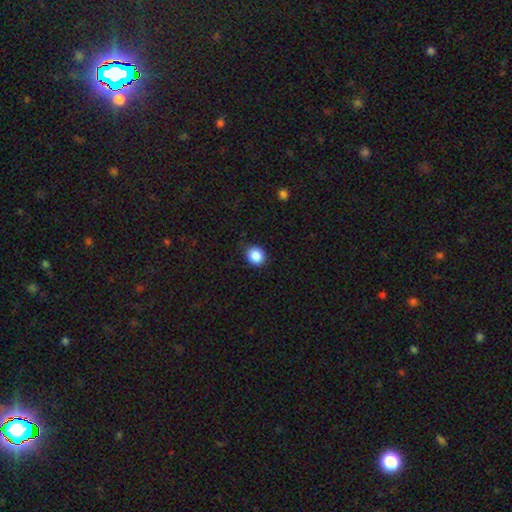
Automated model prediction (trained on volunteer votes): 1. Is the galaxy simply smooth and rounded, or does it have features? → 88% smooth, 9% star or artifact, 3% featured or disk.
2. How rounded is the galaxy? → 83% round, 16% in between, 1% cigar-shaped.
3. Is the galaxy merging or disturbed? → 89% none, 8% minor disturbance, 2% major disturbance, 1% merger.